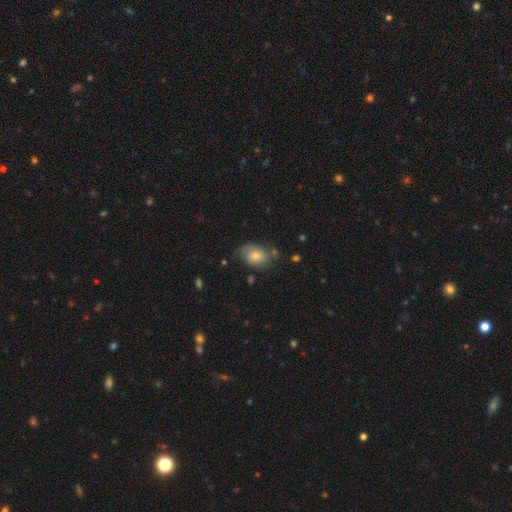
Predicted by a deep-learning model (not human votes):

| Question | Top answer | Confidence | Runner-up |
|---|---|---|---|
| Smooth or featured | smooth | 71% | featured or disk (21%) |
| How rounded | in between | 77% | round (22%) |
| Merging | none | 53% | minor disturbance (30%) |